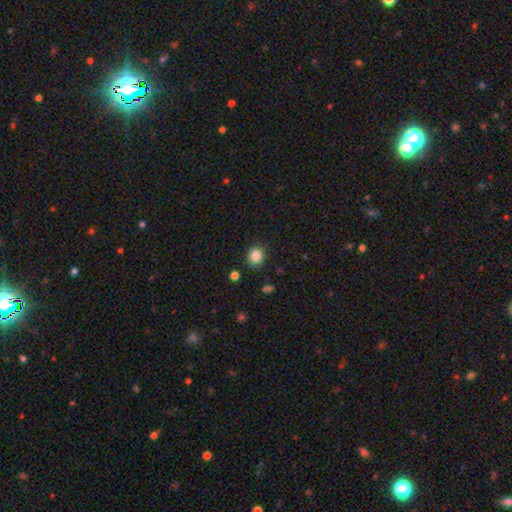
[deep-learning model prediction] The model was most divided on "how rounded": round: 80%, in between: 20%, cigar-shaped: 1%. More confident: merging — none (87%); smooth or featured — smooth (85%).